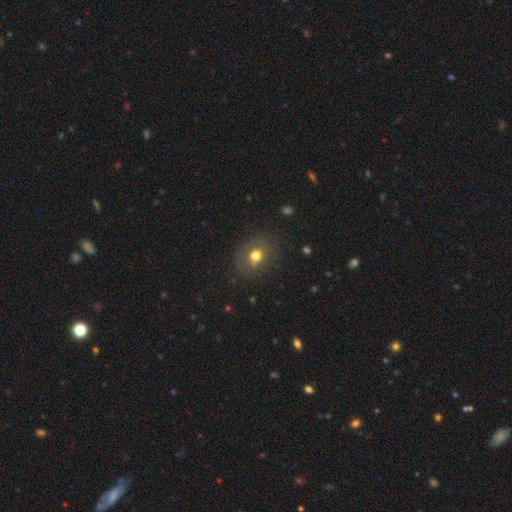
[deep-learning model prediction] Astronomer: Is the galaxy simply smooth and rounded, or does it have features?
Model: smooth — 66%.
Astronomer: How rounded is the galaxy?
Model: round — 59% (runner-up: in between, 40%).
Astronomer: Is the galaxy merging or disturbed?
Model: none — 74%.